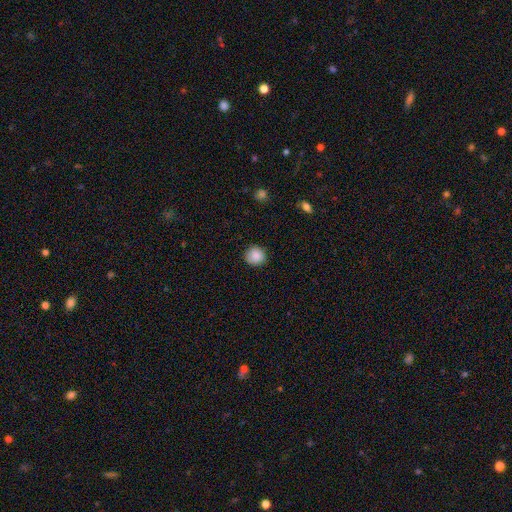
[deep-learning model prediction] Overall: smooth (88%). How rounded: round (91%). Merging: none (89%).